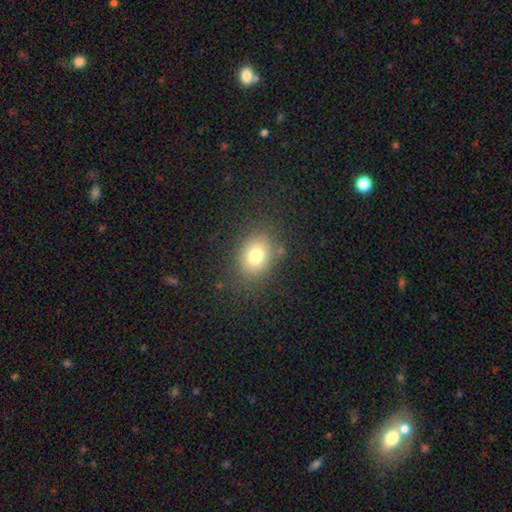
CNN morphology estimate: Overall: smooth (77%). How rounded: in between (53%; round 46%). Merging: none (81%).